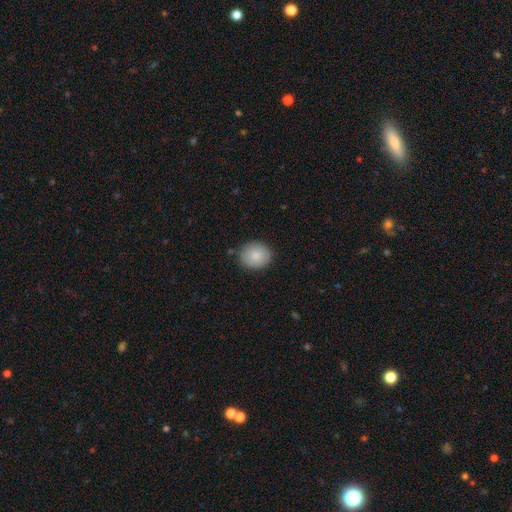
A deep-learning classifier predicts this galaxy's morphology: smooth-or-featured: smooth: 86% | featured or disk: 7% | star or artifact: 7%
  how-rounded: round: 72% | in between: 27% | cigar-shaped: 1%
  merging: none: 86% | minor disturbance: 10% | major disturbance: 2% | merger: 2%